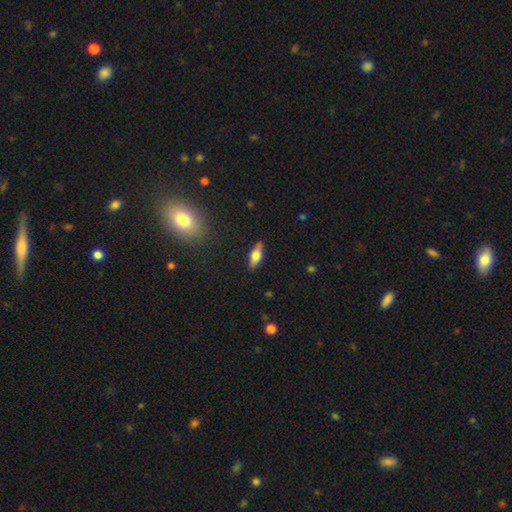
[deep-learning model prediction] Q: Smooth or featured?
A: smooth (58%); runner-up: featured or disk (34%)
Q: How rounded?
A: in between (71%); runner-up: cigar-shaped (25%)
Q: Merging?
A: none (79%); runner-up: minor disturbance (14%)